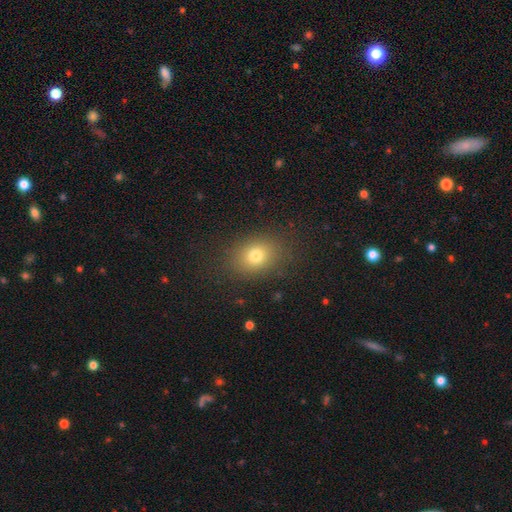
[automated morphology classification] A smooth galaxy with no disk features (76%) that is in between round and cigar-shaped (53%). Merging: none (85%).